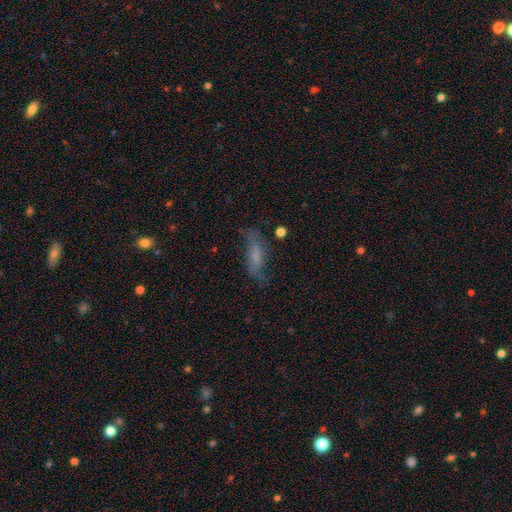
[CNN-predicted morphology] Q: Smooth or featured?
A: smooth (50%); runner-up: featured or disk (39%)
Q: Merging?
A: none (60%); runner-up: minor disturbance (24%)